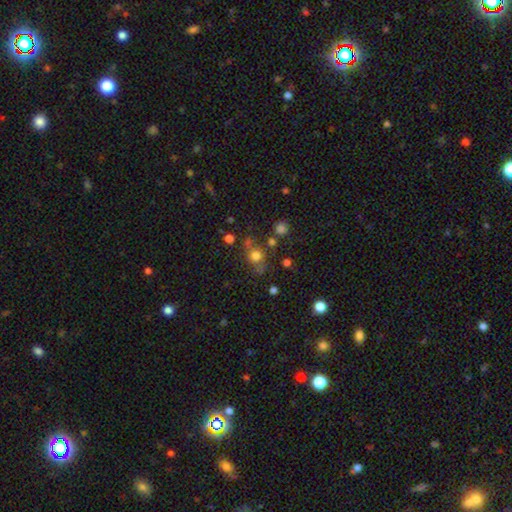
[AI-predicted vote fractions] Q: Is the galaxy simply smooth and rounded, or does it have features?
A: smooth — 70%.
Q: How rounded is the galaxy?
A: round — 81%.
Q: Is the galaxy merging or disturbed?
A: none — 64%.